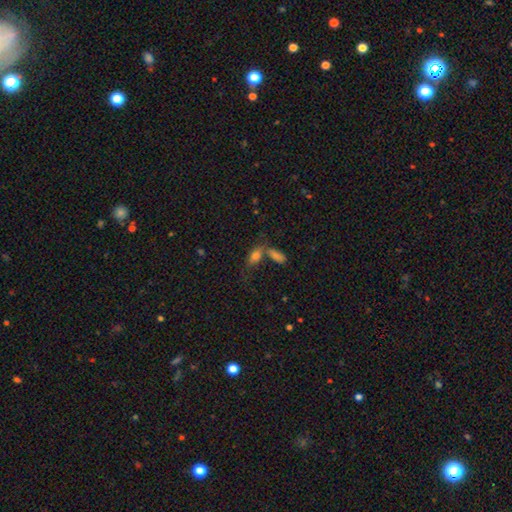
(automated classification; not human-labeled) This appears to be a smooth galaxy with no disk features (73%) that is in between round and cigar-shaped (79%). Merging: none (40%, tied with merger).